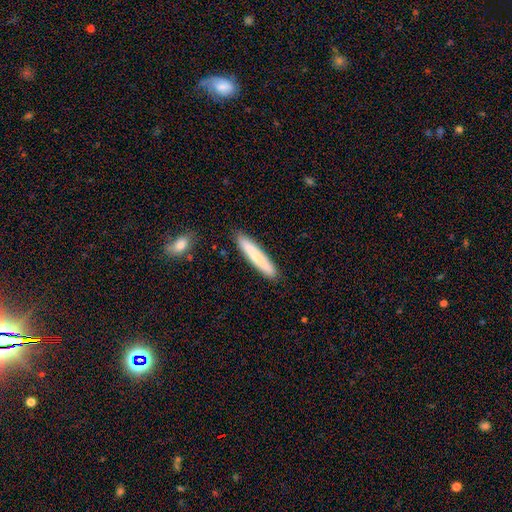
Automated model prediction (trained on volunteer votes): Smooth or featured?
  - smooth: 74% *
  - featured or disk: 20%
  - star or artifact: 6%
How rounded?
  - cigar-shaped: 93% *
  - in between: 6%
  - round: 1%
Merging?
  - none: 89% *
  - minor disturbance: 8%
  - merger: 2%
  - major disturbance: 2%